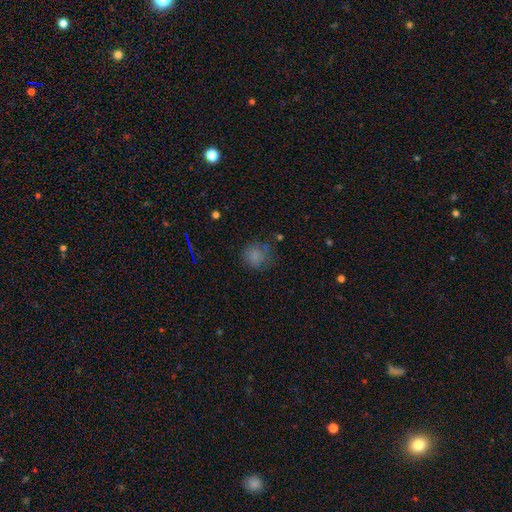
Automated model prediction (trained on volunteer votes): smooth 77%, star or artifact 15%, featured or disk 8%. Down the decision tree: how rounded — round (83%); merging — none (65%).